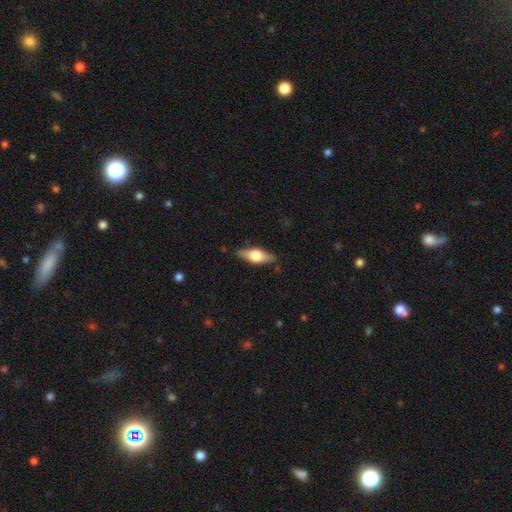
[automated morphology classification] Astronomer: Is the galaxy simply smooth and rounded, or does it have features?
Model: featured or disk — 52% (runner-up: smooth, 42%).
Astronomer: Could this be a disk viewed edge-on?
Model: yes — 92%.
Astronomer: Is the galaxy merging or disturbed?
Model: none — 84%.